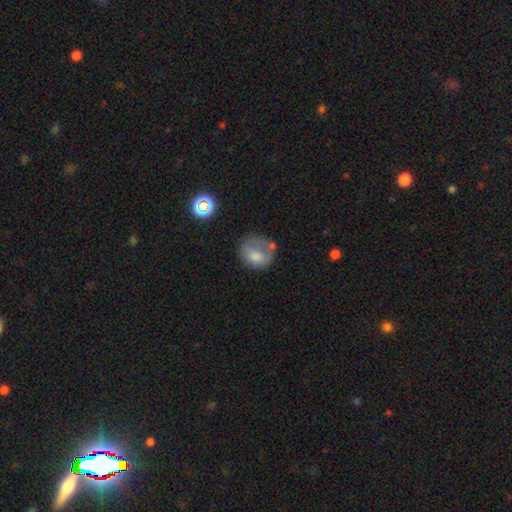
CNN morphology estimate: smooth 66%, featured or disk 24%, star or artifact 10%. Down the decision tree: how rounded — round (66%); merging — none (41%).